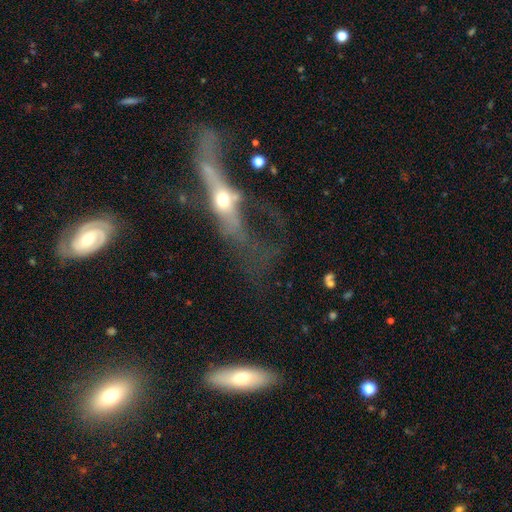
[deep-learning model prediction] Smooth or featured: featured or disk — 64% (smooth — 19%)
Edge-on disk: yes — 57% (no — 43%)
Merging: major disturbance — 36% (tied with none — 36%)